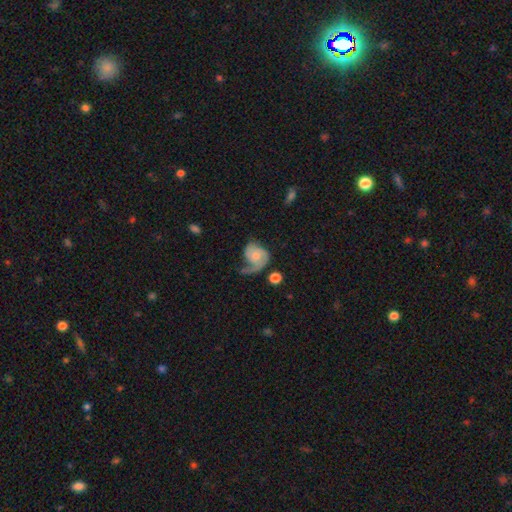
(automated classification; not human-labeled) Smooth or featured: featured or disk — 70% (smooth — 24%)
Edge-on disk: no — 98% (yes — 2%)
Bar: no — 76% (weak — 21%)
Spiral arms: yes — 91% (no — 9%)
Spiral winding: loose — 38% (medium — 36%)
Spiral arm count: 1 — 60% (2 — 29%)
Bulge size: small — 55% (moderate — 29%)
Merging: major disturbance — 40% (none — 31%)